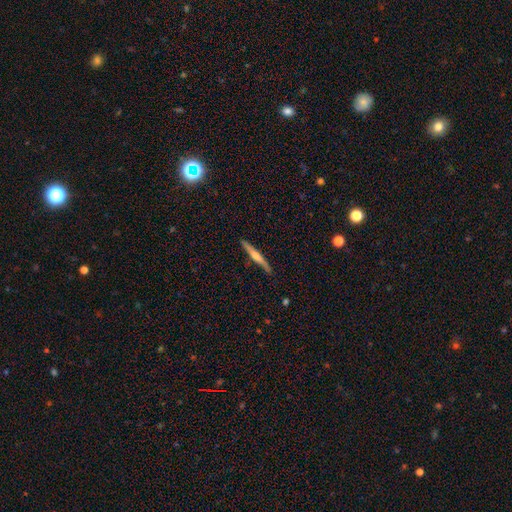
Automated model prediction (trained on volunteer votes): Smooth or featured? featured or disk (65%)
Edge-on disk? yes (97%)
Edge-on bulge? rounded (74%)
Merging? none (88%)